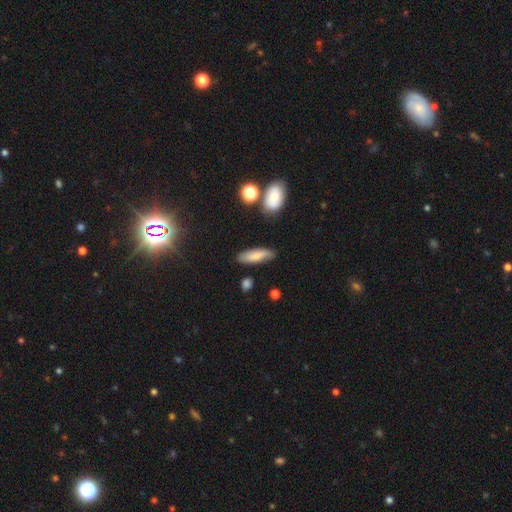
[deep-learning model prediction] Smooth or featured? Predicted: smooth (p=0.71). How rounded? Predicted: cigar-shaped (p=0.55). Merging? Predicted: none (p=0.78).